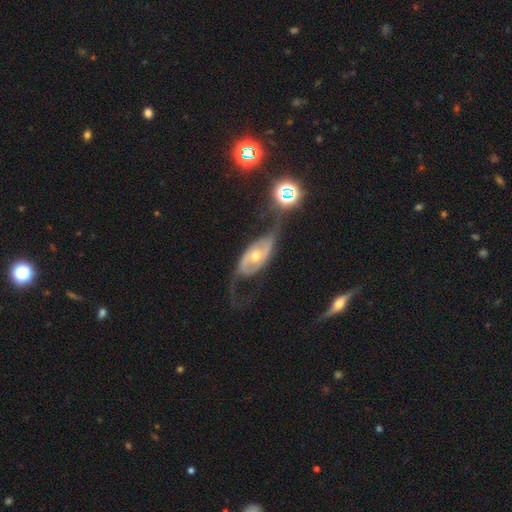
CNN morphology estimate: smooth_or_featured: featured or disk (p=0.81) [alt: smooth p=0.12]
disk_edge_on: no (p=0.92) [alt: yes p=0.08]
bar: no (p=0.61) [alt: weak p=0.27]
has_spiral_arms: yes (p=0.88) [alt: no p=0.12]
spiral_winding: loose (p=0.49) [alt: medium p=0.35]
spiral_arm_count: 2 (p=0.86) [alt: can't tell p=0.07]
bulge_size: moderate (p=0.59) [alt: small p=0.35]
merging: none (p=0.52) [alt: major disturbance p=0.23]